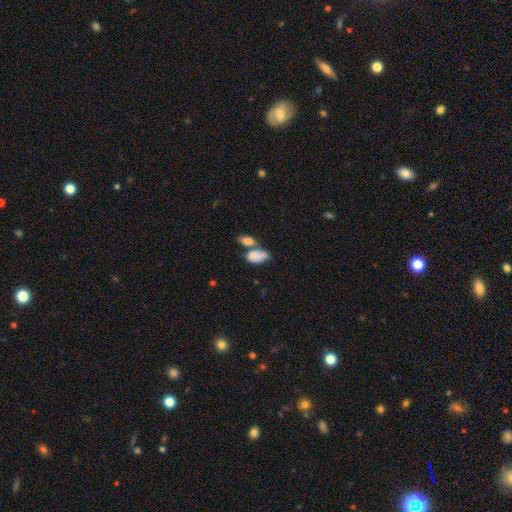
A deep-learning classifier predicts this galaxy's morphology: smooth 81%, featured or disk 12%, star or artifact 7%. Down the decision tree: how rounded — in between (92%); merging — merger (56%).